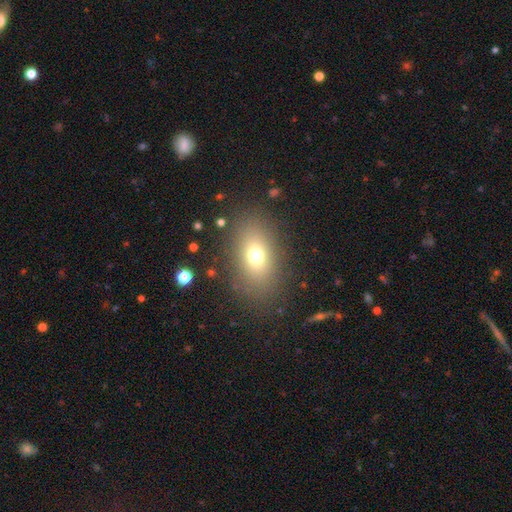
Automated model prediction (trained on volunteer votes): The model was most divided on "smooth or featured": smooth: 71%, featured or disk: 15%, star or artifact: 15%. More confident: merging — none (83%); how rounded — in between (77%).